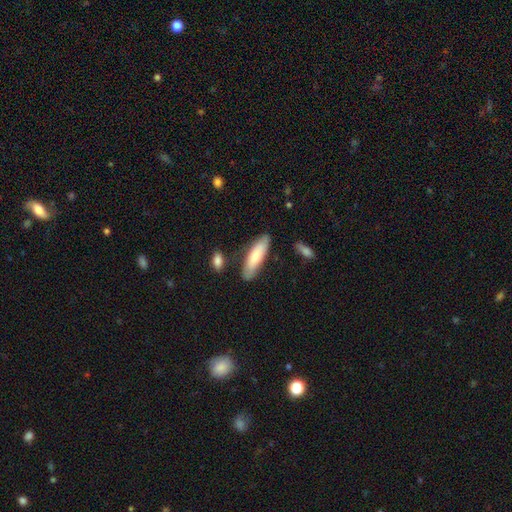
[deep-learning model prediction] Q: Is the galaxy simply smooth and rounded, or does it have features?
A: smooth — 72%.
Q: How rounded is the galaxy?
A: cigar-shaped — 55%.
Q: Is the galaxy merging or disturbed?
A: none — 77%.